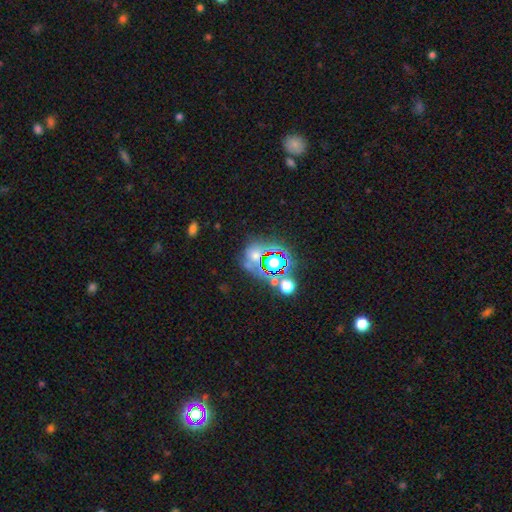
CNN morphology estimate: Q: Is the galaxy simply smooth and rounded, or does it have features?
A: star or artifact — 51%.